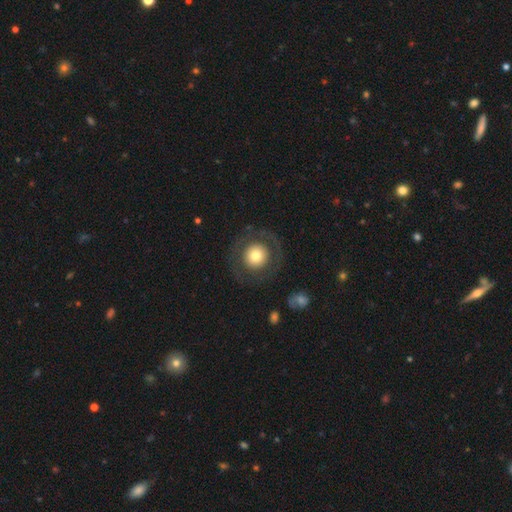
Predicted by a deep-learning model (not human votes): The model was most divided on "smooth or featured": smooth: 60%, featured or disk: 32%, star or artifact: 7%. More confident: how rounded — round (93%); merging — none (82%).